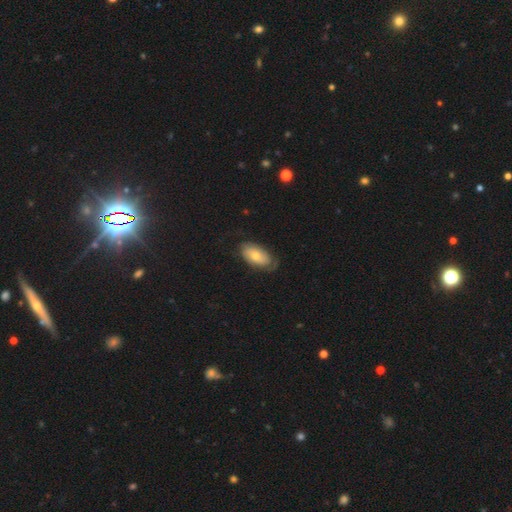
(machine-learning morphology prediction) Smooth or featured?
  - smooth: 59% *
  - featured or disk: 34%
  - star or artifact: 6%
How rounded?
  - in between: 93% *
  - round: 4%
  - cigar-shaped: 3%
Merging?
  - none: 62% *
  - minor disturbance: 27%
  - major disturbance: 10%
  - merger: 1%